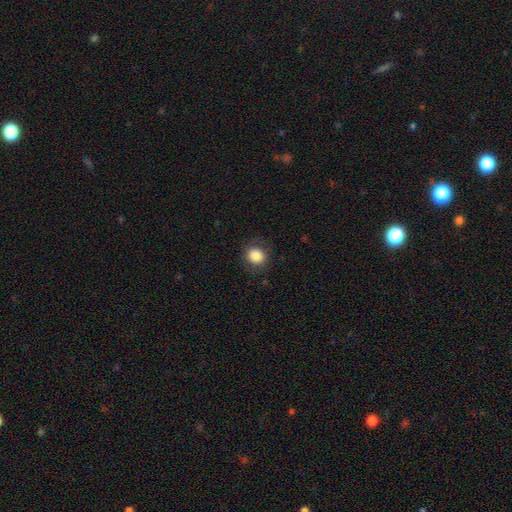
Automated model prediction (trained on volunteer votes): Smooth or featured?
  - smooth: 84% *
  - star or artifact: 9%
  - featured or disk: 7%
How rounded?
  - round: 80% *
  - in between: 19%
  - cigar-shaped: 1%
Merging?
  - none: 82% *
  - minor disturbance: 12%
  - major disturbance: 5%
  - merger: 1%